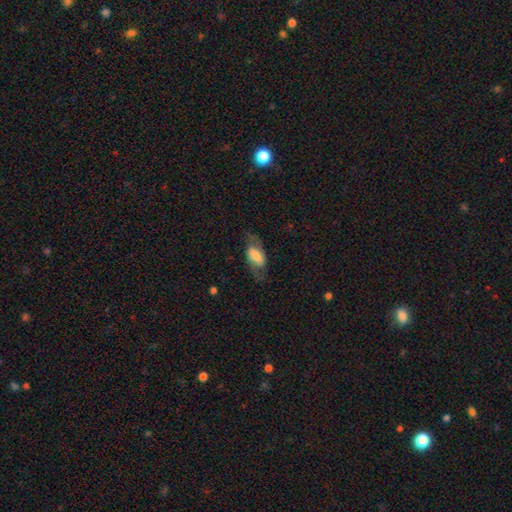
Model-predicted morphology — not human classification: A featured or disk galaxy (51%). Merging: none (66%).